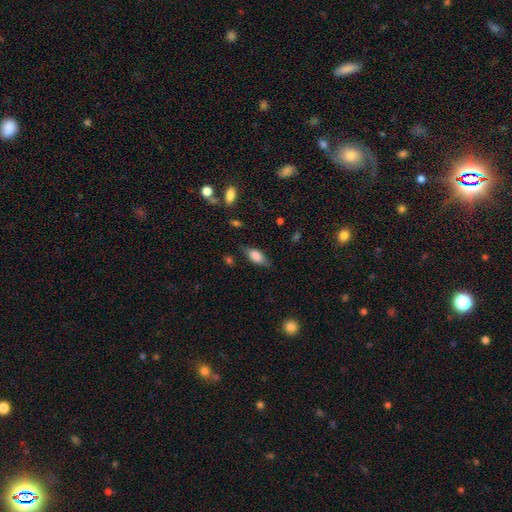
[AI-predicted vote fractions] Smooth or featured: smooth — 75% (featured or disk — 18%)
How rounded: in between — 82% (cigar-shaped — 15%)
Merging: none — 72% (minor disturbance — 20%)